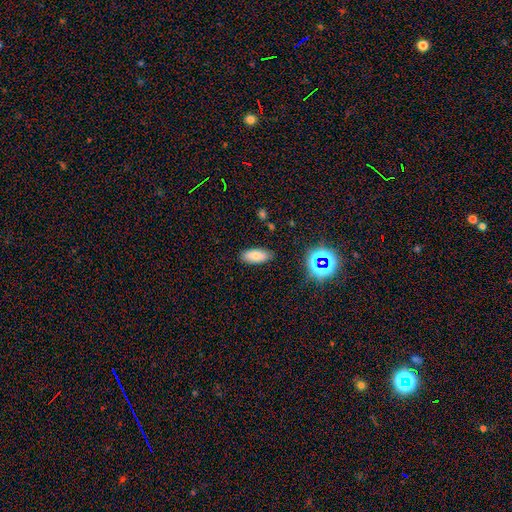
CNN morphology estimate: type=smooth (77%); roundness=in between (85%); merging=none (86%).